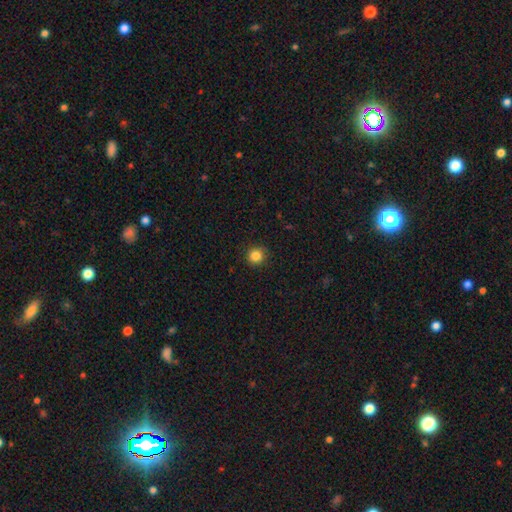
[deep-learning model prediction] Smooth or featured: smooth — 85% (star or artifact — 11%)
How rounded: round — 93% (in between — 6%)
Merging: none — 90% (minor disturbance — 7%)